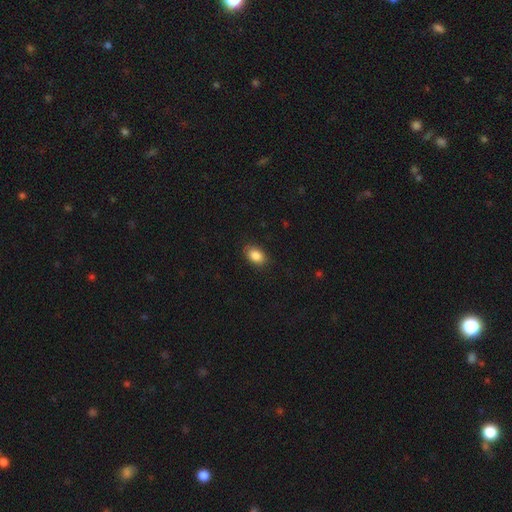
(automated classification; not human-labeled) smooth_or_featured: smooth (p=0.87) [alt: star or artifact p=0.08]
how_rounded: in between (p=0.86) [alt: round p=0.12]
merging: none (p=0.85) [alt: minor disturbance p=0.12]